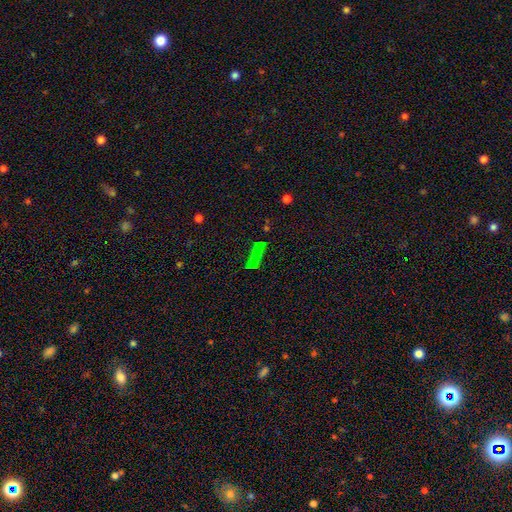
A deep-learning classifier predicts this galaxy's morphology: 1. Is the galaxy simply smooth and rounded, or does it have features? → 42% smooth, 40% star or artifact, 18% featured or disk.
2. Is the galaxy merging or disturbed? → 70% none, 14% minor disturbance, 8% merger, 8% major disturbance.